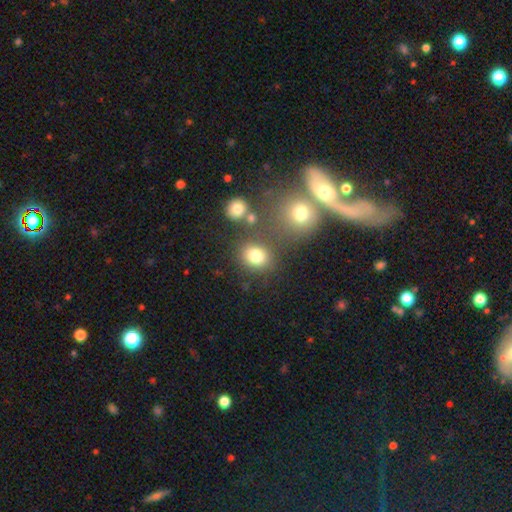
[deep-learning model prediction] smooth-or-featured: smooth: 78% | star or artifact: 14% | featured or disk: 7%
  how-rounded: round: 62% | in between: 37% | cigar-shaped: 1%
  merging: none: 74% | minor disturbance: 11% | merger: 10% | major disturbance: 5%